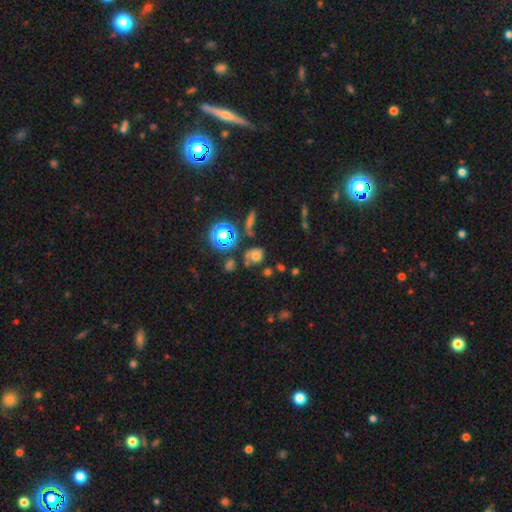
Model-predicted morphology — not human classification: Q: Smooth or featured?
A: smooth (58%); runner-up: star or artifact (27%)
Q: How rounded?
A: round (69%); runner-up: in between (29%)
Q: Merging?
A: none (54%); runner-up: minor disturbance (19%)